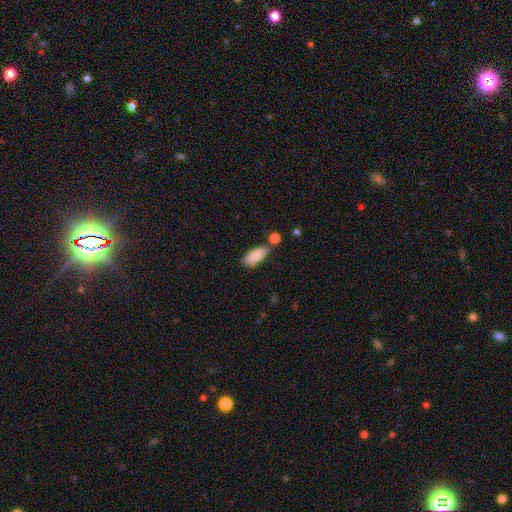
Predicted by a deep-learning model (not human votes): Smooth or featured? smooth (87%)
How rounded? in between (87%)
Merging? none (66%)